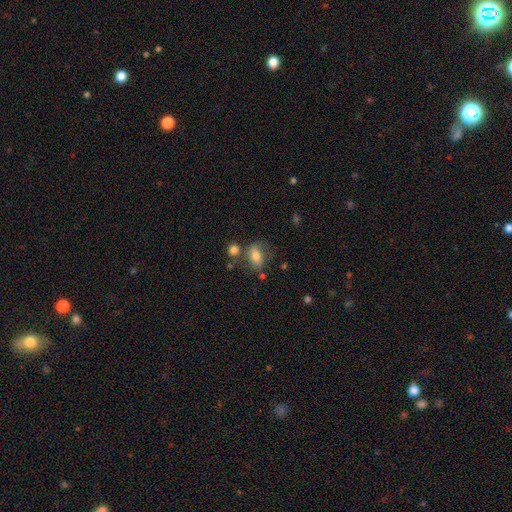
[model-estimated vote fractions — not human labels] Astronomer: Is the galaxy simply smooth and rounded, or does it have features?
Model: smooth — 69%.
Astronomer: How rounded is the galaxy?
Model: in between — 80%.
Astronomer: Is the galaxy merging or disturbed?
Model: none — 51%.